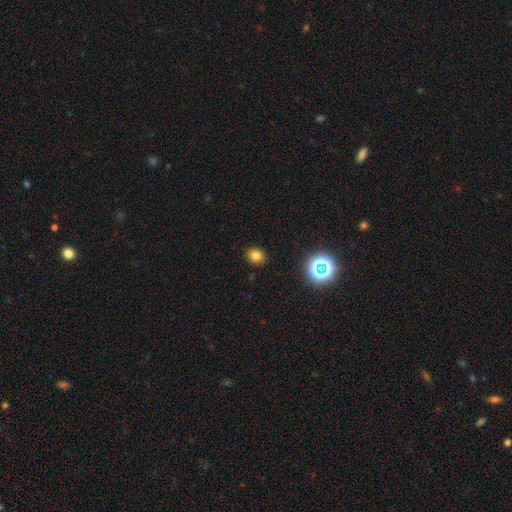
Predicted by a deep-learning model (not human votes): This appears to be a smooth galaxy with no disk features (76%) that is round (62%). Merging: none (89%).